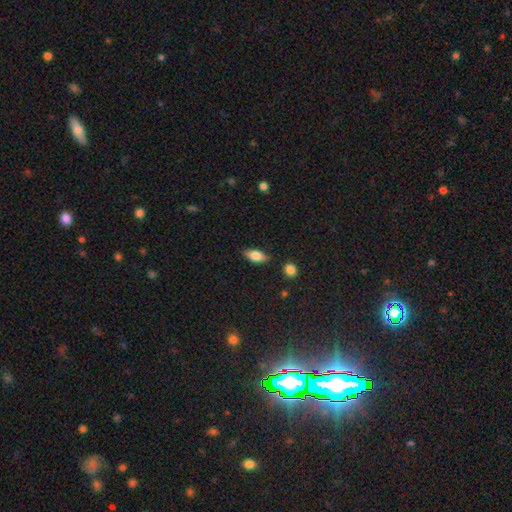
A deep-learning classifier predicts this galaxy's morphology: Smooth or featured? smooth (74%)
How rounded? in between (83%)
Merging? none (82%)